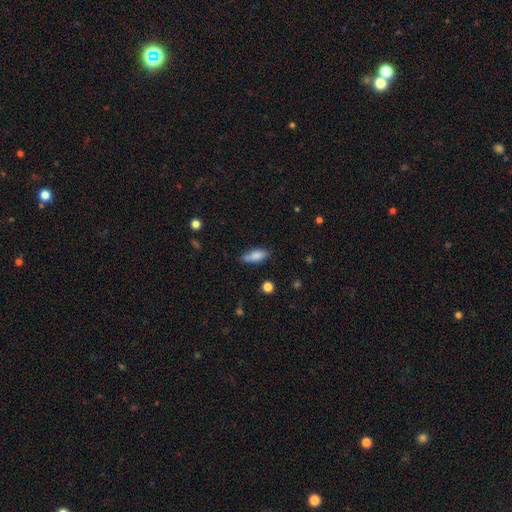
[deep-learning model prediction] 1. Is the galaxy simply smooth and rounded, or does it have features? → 79% smooth, 13% featured or disk, 7% star or artifact.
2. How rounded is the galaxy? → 69% in between, 28% cigar-shaped, 3% round.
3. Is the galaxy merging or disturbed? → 68% none, 23% minor disturbance, 5% major disturbance, 4% merger.